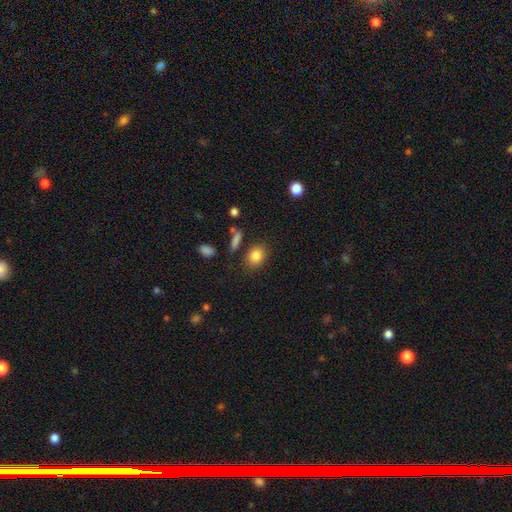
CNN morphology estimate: Overall: smooth (84%). How rounded: in between (62%; round 37%). Merging: none (80%).